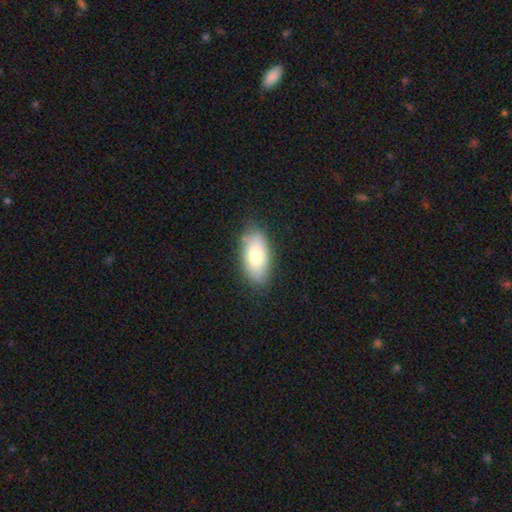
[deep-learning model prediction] Q: Smooth or featured?
A: smooth (76%); runner-up: featured or disk (17%)
Q: How rounded?
A: in between (92%); runner-up: cigar-shaped (5%)
Q: Merging?
A: none (80%); runner-up: minor disturbance (15%)